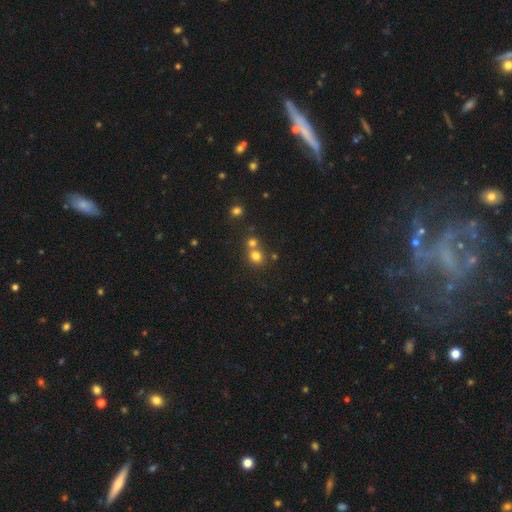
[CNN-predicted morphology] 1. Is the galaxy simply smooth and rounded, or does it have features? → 76% smooth, 16% star or artifact, 9% featured or disk.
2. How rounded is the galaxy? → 76% round, 23% in between, 1% cigar-shaped.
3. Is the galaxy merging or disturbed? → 47% none, 43% merger, 7% minor disturbance, 3% major disturbance.